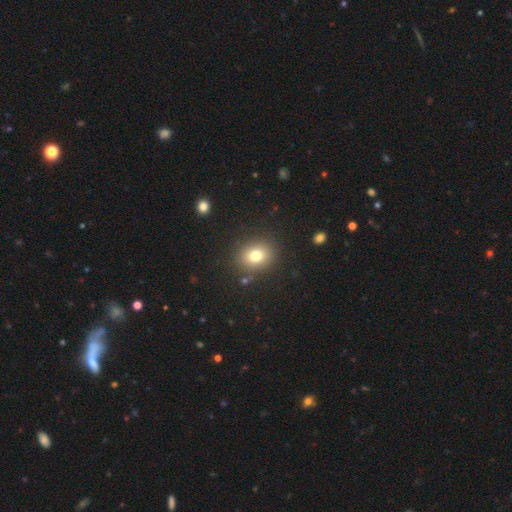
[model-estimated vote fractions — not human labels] Smooth or featured? Predicted: smooth (p=0.77). How rounded? Predicted: round (p=0.63). Merging? Predicted: none (p=0.86).